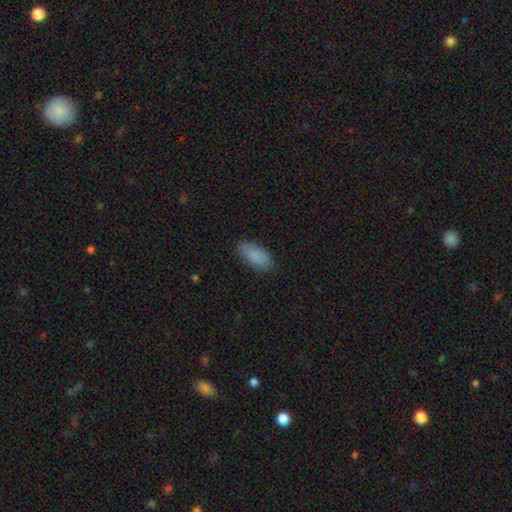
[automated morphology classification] Q: Smooth or featured?
A: smooth (88%); runner-up: star or artifact (7%)
Q: How rounded?
A: in between (90%); runner-up: cigar-shaped (7%)
Q: Merging?
A: none (83%); runner-up: minor disturbance (13%)